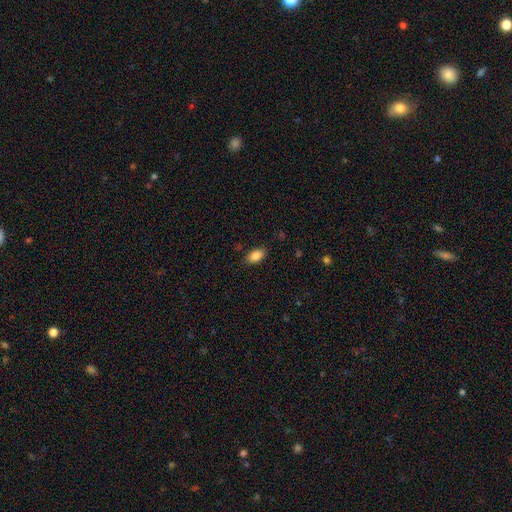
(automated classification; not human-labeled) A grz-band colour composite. It shows a smooth galaxy with no disk features (85%) that is in between round and cigar-shaped (90%). Merging: none (85%).